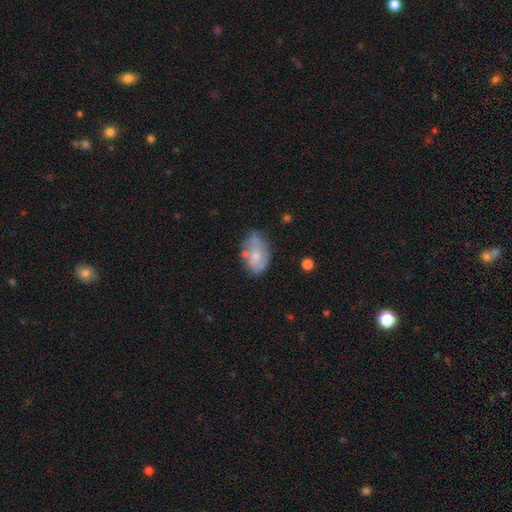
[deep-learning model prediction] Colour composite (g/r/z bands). It shows a smooth galaxy with no disk features (53%) that is in between round and cigar-shaped (89%). Merging: none (51%).